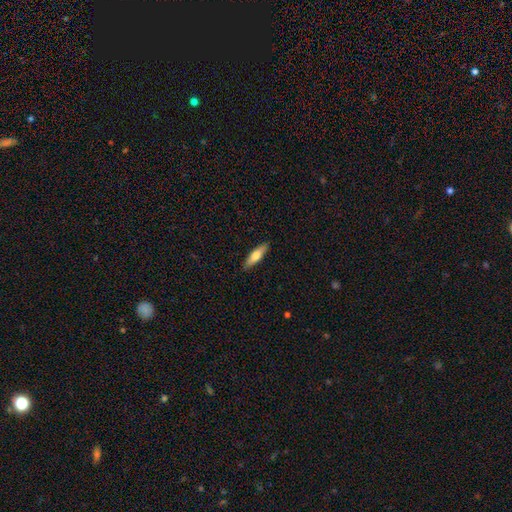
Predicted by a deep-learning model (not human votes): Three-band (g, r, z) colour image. It shows a smooth galaxy with no disk features (66%) that is cigar-shaped (65%). Merging: none (89%).